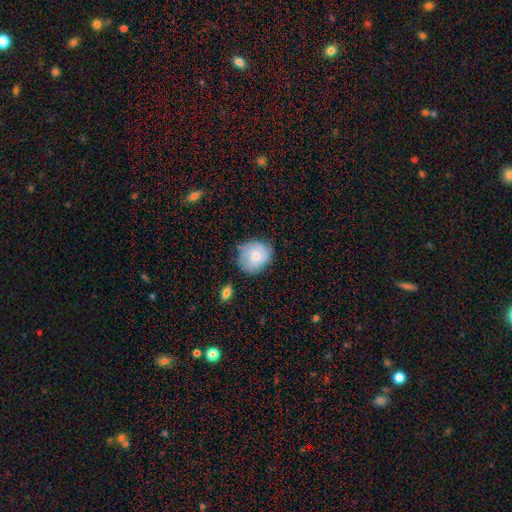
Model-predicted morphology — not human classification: This appears to be a smooth galaxy with no disk features (67%) that is round (81%). Merging: none (70%).